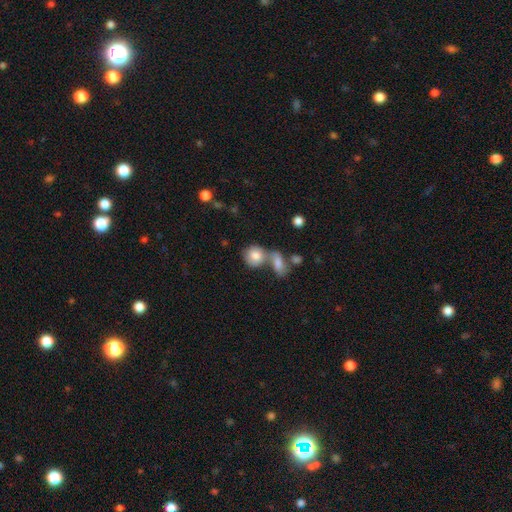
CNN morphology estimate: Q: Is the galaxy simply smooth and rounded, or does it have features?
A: smooth — 79%.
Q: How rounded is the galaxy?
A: round — 64%.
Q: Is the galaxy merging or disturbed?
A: merger — 52%.